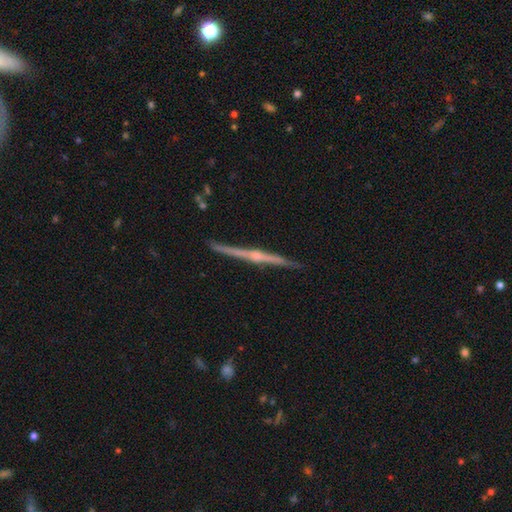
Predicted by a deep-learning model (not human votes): The model was most divided on "edge-on bulge": rounded: 80%, none: 12%, boxy: 7%. More confident: edge-on disk — yes (98%); merging — none (89%); smooth or featured — featured or disk (85%).